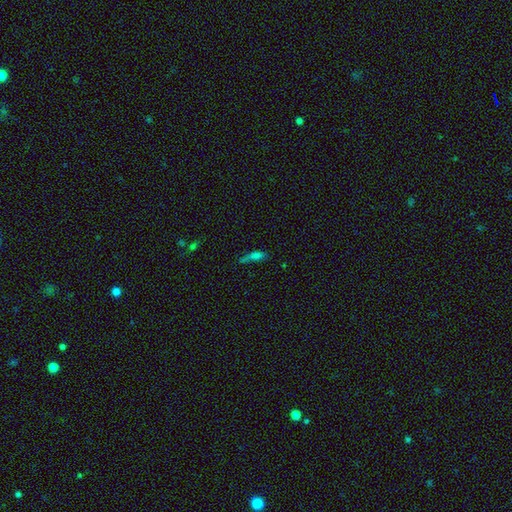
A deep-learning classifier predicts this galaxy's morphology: smooth 63%, star or artifact 20%, featured or disk 17%. Down the decision tree: how rounded — cigar-shaped (57%); merging — none (50%).